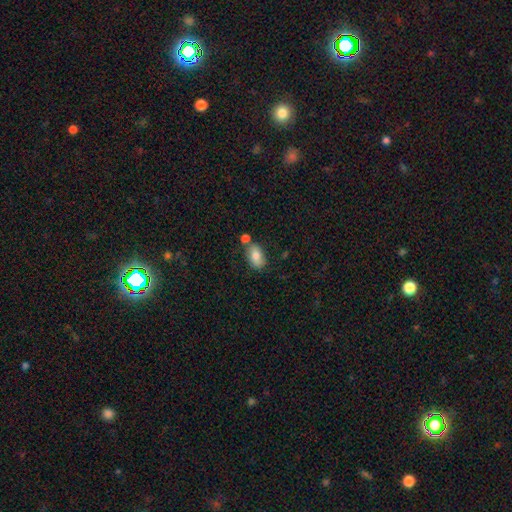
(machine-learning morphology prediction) Smooth or featured? Predicted: smooth (p=0.78). How rounded? Predicted: in between (p=0.89). Merging? Predicted: none (p=0.62).